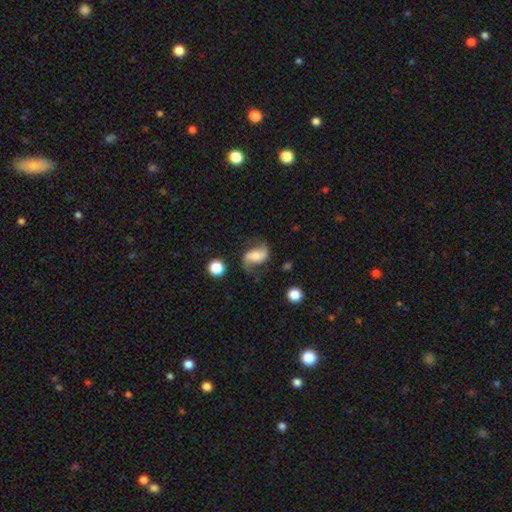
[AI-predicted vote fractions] smooth_or_featured: featured or disk (p=0.79) [alt: smooth p=0.14]
disk_edge_on: no (p=0.97) [alt: yes p=0.03]
bar: no (p=0.42) [alt: weak p=0.37]
has_spiral_arms: yes (p=0.95) [alt: no p=0.05]
spiral_winding: loose (p=0.70) [alt: medium p=0.24]
spiral_arm_count: 2 (p=0.92) [alt: 1 p=0.03]
bulge_size: moderate (p=0.43) [alt: small p=0.31]
merging: none (p=0.69) [alt: minor disturbance p=0.18]